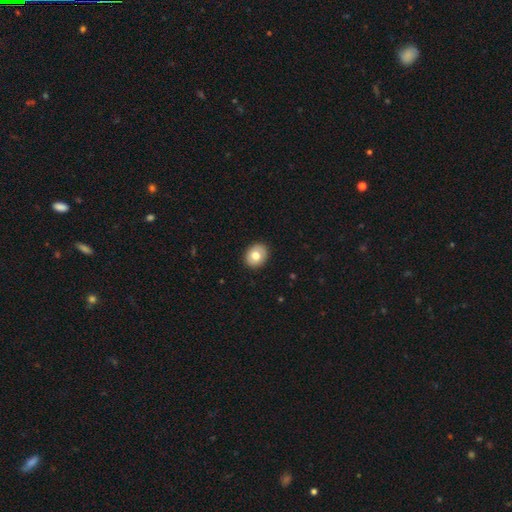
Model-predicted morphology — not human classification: A smooth galaxy with no disk features (76%) that is round (58%). Merging: none (91%).